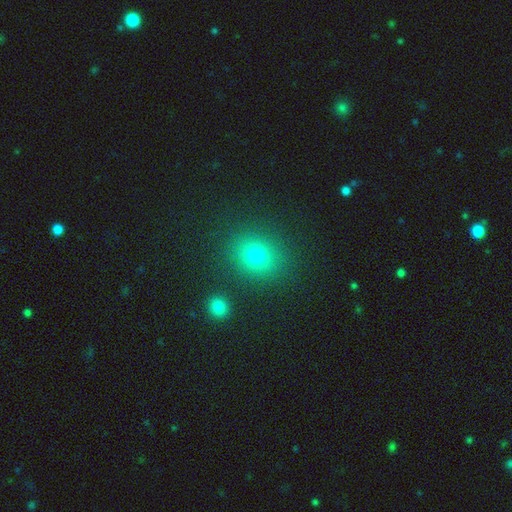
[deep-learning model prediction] Morphology: type=smooth (76%); roundness=round (70%); merging=none (85%).